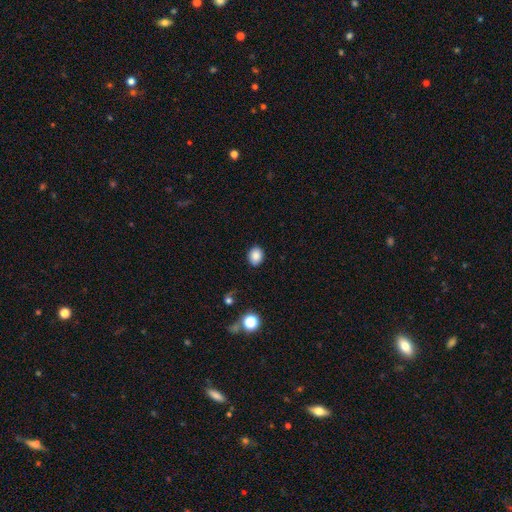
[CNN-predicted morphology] This appears to be a smooth galaxy with no disk features (86%) that is in between round and cigar-shaped (50%). Merging: none (88%).